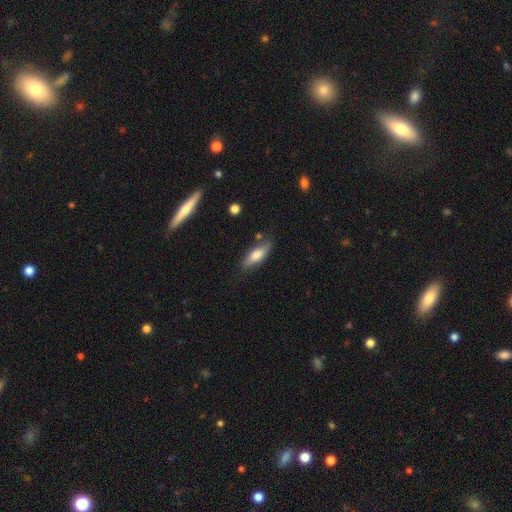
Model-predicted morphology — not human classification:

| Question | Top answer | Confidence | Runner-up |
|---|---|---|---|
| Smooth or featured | smooth | 68% | featured or disk (26%) |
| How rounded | in between | 52% | cigar-shaped (45%) |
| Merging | none | 74% | minor disturbance (18%) |